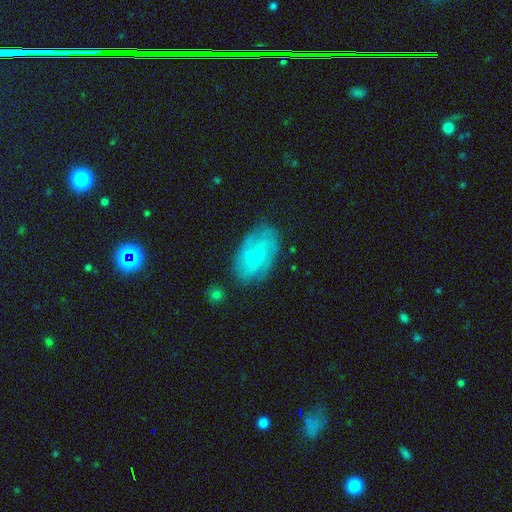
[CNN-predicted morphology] The model was most divided on "smooth or featured": featured or disk: 59%, smooth: 32%, star or artifact: 9%. More confident: edge-on disk — no (96%); spiral arms — yes (87%); merging — none (78%); bulge size — small (71%); bar — no (63%).